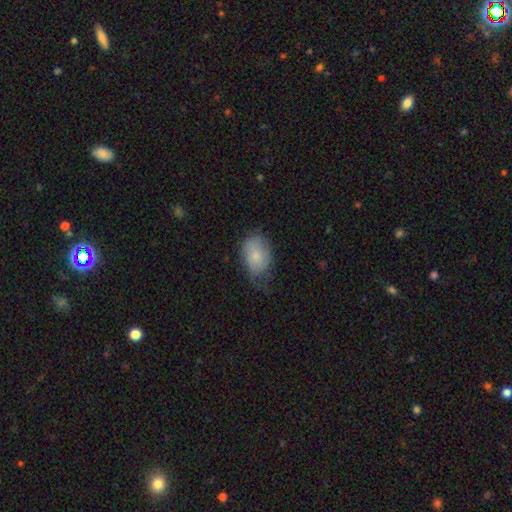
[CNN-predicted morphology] Smooth or featured? smooth (77%)
How rounded? in between (79%)
Merging? none (45%)